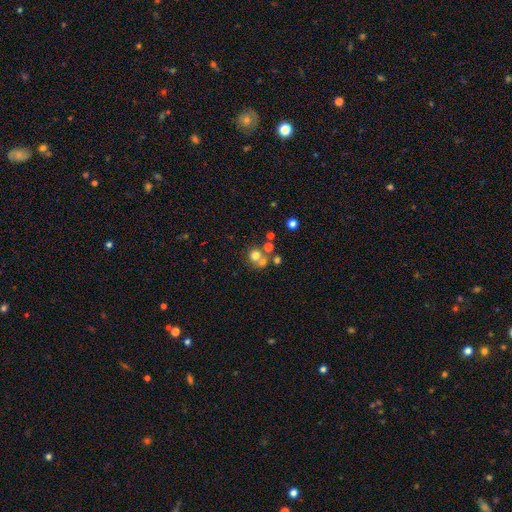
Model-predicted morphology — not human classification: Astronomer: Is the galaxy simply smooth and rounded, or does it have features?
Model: smooth — 68%.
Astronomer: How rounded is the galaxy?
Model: round — 88%.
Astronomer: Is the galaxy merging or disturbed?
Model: none — 51% (runner-up: merger, 37%).